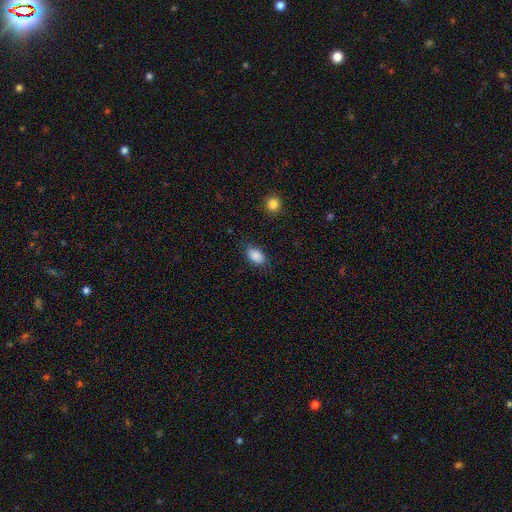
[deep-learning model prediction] Morphology: type=smooth (88%); roundness=in between (91%); merging=none (79%).